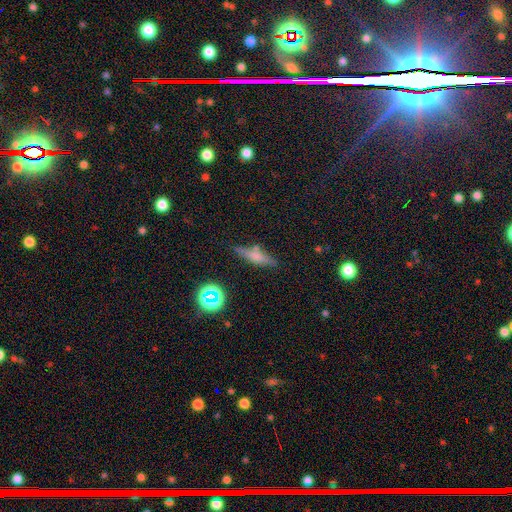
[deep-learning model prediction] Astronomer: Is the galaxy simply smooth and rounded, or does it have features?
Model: smooth — 55% (runner-up: featured or disk, 33%).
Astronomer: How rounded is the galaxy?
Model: cigar-shaped — 70%.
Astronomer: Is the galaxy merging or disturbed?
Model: none — 77%.